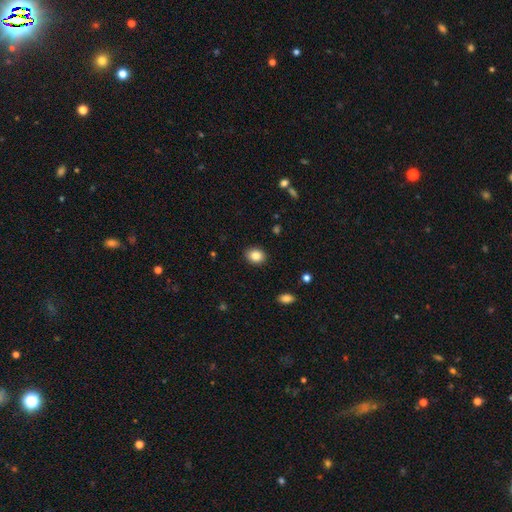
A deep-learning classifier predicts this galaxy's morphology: Smooth or featured? smooth (85%)
How rounded? in between (53%)
Merging? none (89%)